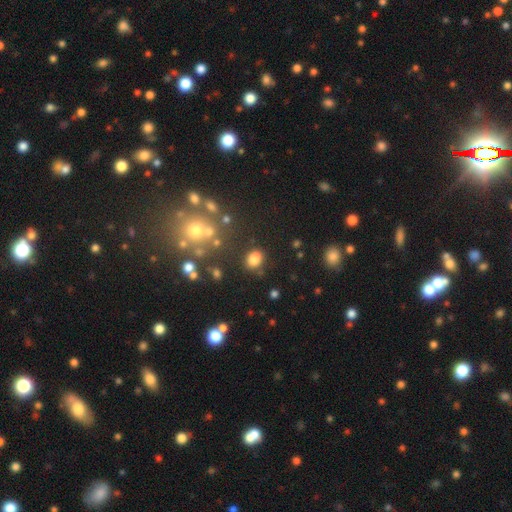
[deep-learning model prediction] Smooth or featured?
  - smooth: 80% *
  - star or artifact: 13%
  - featured or disk: 7%
How rounded?
  - in between: 67% *
  - round: 32%
  - cigar-shaped: 1%
Merging?
  - none: 77% *
  - minor disturbance: 13%
  - merger: 5%
  - major disturbance: 5%